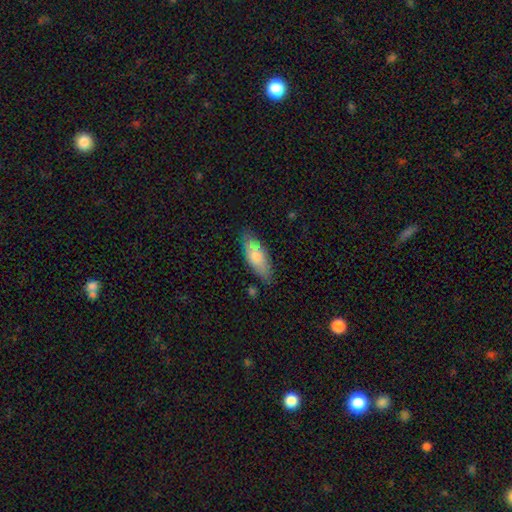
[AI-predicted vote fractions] A smooth galaxy with no disk features (70%) that is in between round and cigar-shaped (72%).

Vote fractions:
- Smooth or featured? smooth: 70% / featured or disk: 23% / star or artifact: 6%
- How rounded? in between: 72% / cigar-shaped: 26% / round: 2%
- Merging? none: 78% / minor disturbance: 17% / major disturbance: 3% / merger: 2%